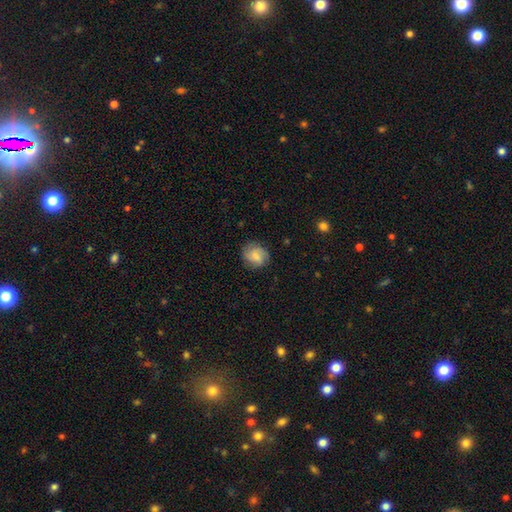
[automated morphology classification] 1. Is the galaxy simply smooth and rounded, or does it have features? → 67% smooth, 25% featured or disk, 8% star or artifact.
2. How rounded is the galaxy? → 71% round, 28% in between, 1% cigar-shaped.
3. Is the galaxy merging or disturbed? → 78% none, 16% minor disturbance, 5% major disturbance, 1% merger.